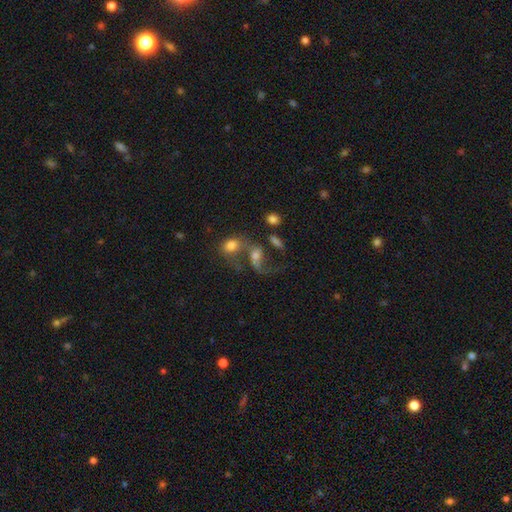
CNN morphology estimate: This is possibly a featured or disk galaxy (48%). Merging: possibly merger (52%).